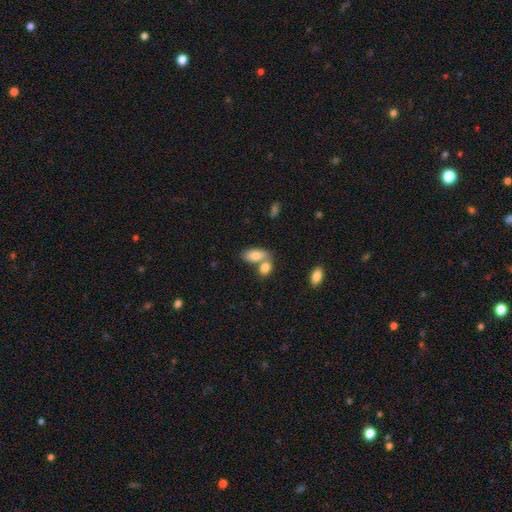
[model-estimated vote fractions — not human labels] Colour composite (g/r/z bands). It shows a smooth galaxy with no disk features (81%) that is in between round and cigar-shaped (90%). Merging: merger (48%).